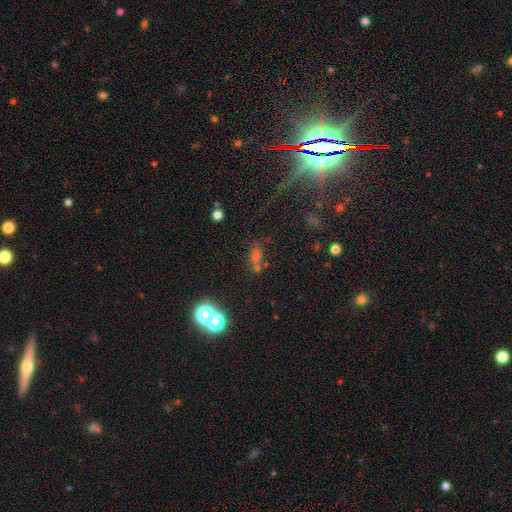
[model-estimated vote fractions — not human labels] smooth 51%, star or artifact 37%, featured or disk 12%. Down the decision tree: how rounded — in between (64%); merging — none (61%).